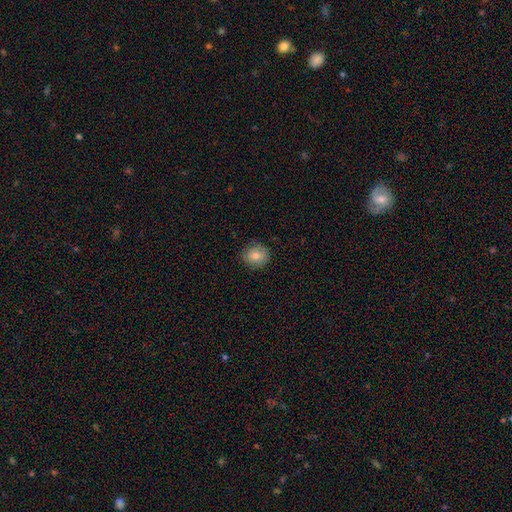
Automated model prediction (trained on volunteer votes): This is likely a smooth galaxy (76%). How rounded: clearly round (84%). Merging: clearly none (84%).